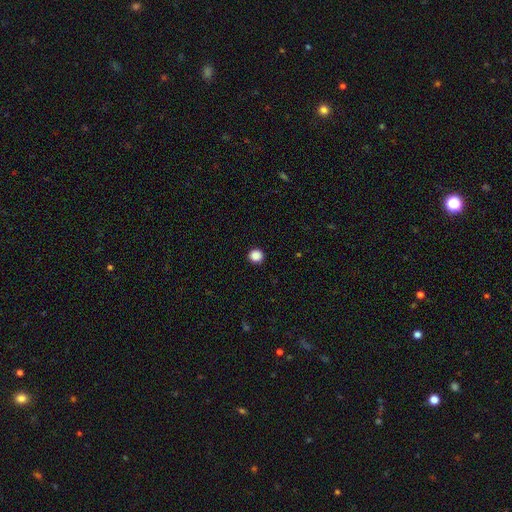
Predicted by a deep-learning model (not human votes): Q: Smooth or featured?
A: smooth (88%); runner-up: star or artifact (10%)
Q: How rounded?
A: round (92%); runner-up: in between (7%)
Q: Merging?
A: none (93%); runner-up: minor disturbance (4%)